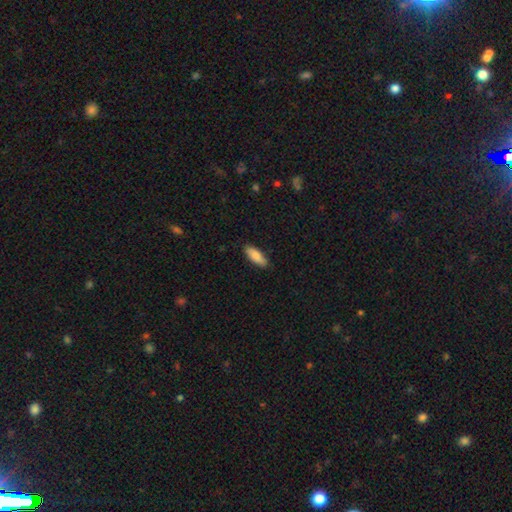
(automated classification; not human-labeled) Q: Smooth or featured?
A: smooth (83%); runner-up: featured or disk (11%)
Q: How rounded?
A: in between (70%); runner-up: cigar-shaped (28%)
Q: Merging?
A: none (84%); runner-up: minor disturbance (13%)